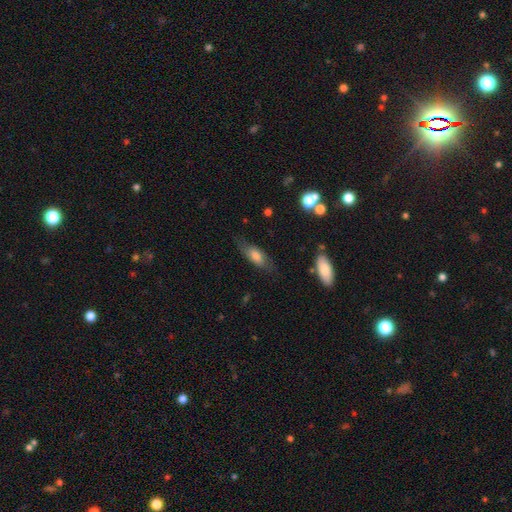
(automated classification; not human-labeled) Smooth or featured?
  - smooth: 64% *
  - featured or disk: 29%
  - star or artifact: 7%
How rounded?
  - in between: 73% *
  - cigar-shaped: 23%
  - round: 3%
Merging?
  - none: 67% *
  - minor disturbance: 23%
  - major disturbance: 8%
  - merger: 2%